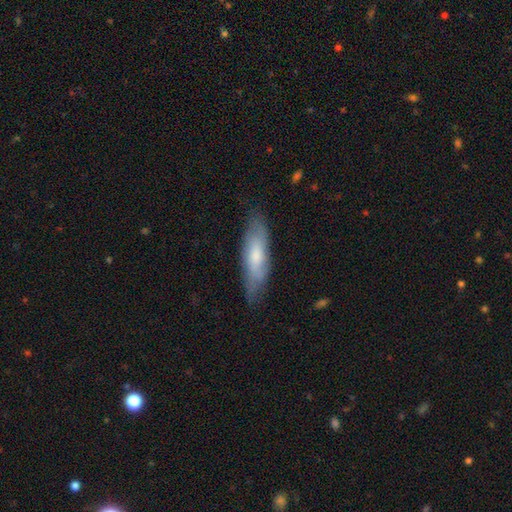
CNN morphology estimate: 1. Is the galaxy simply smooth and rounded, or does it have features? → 60% smooth, 34% featured or disk, 6% star or artifact.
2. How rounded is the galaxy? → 58% cigar-shaped, 40% in between, 1% round.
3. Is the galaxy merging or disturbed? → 76% none, 19% minor disturbance, 4% major disturbance, 1% merger.